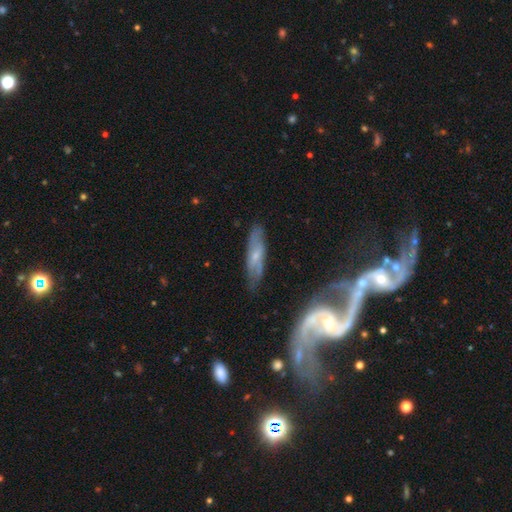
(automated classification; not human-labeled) Morphology: type=featured or disk (58%); edge-on=no (66%); merging=none (73%).